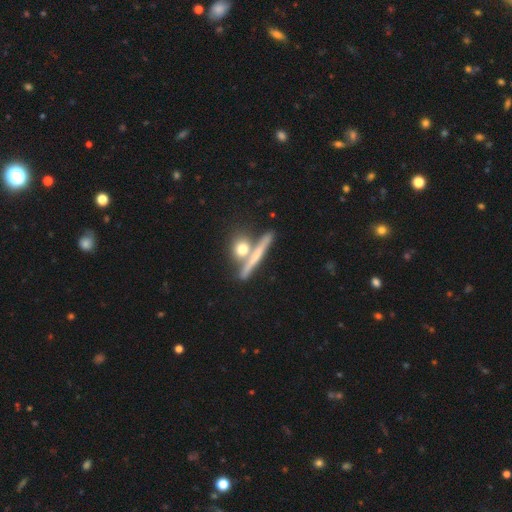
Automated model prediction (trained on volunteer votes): Overall: smooth (51%; featured or disk 39%). How rounded: cigar-shaped (57%; round 29%). Merging: none (65%).